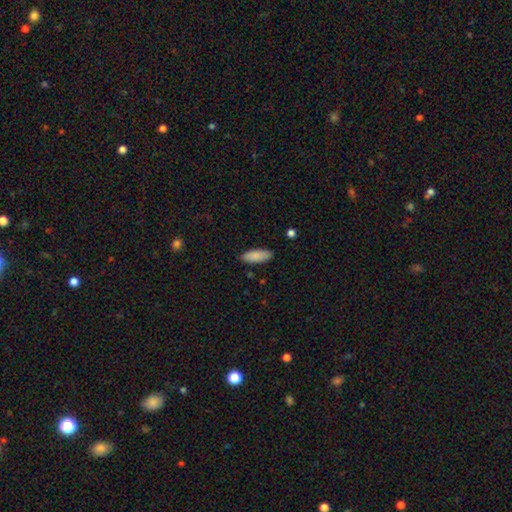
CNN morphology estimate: This is clearly a smooth galaxy (88%). How rounded: likely in between (71%). Merging: clearly none (88%).